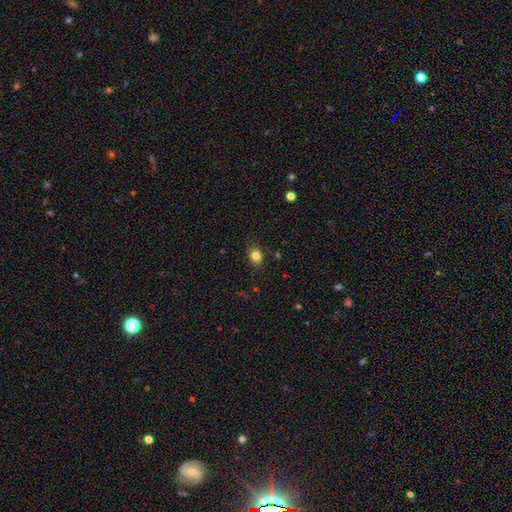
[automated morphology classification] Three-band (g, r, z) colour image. It shows a smooth galaxy with no disk features (81%) that is in between round and cigar-shaped (53%). Merging: none (84%).